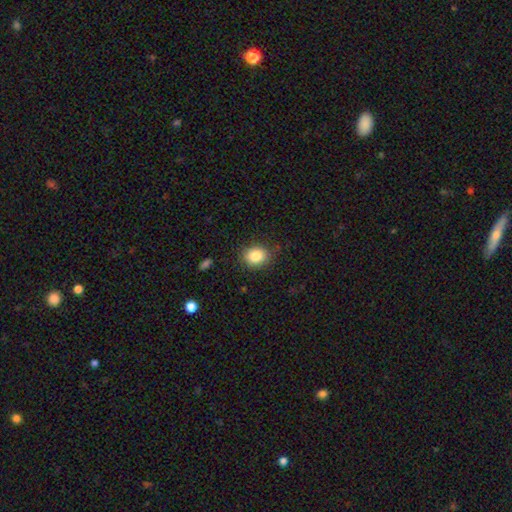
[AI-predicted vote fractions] smooth-or-featured: smooth: 84% | star or artifact: 9% | featured or disk: 6%
  how-rounded: round: 63% | in between: 36% | cigar-shaped: 1%
  merging: none: 84% | minor disturbance: 12% | major disturbance: 3% | merger: 1%